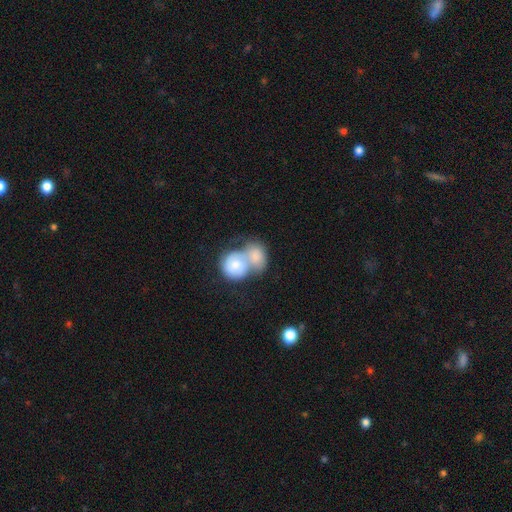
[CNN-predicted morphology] smooth_or_featured: smooth (p=0.69) [alt: featured or disk p=0.26]
how_rounded: round (p=0.57) [alt: in between p=0.41]
merging: merger (p=0.81) [alt: none p=0.09]